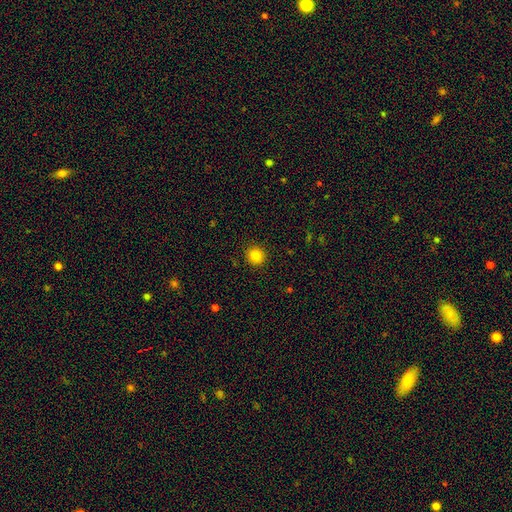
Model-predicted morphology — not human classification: Smooth or featured?
  - smooth: 84% *
  - star or artifact: 11%
  - featured or disk: 5%
How rounded?
  - round: 90% *
  - in between: 9%
  - cigar-shaped: 1%
Merging?
  - none: 91% *
  - minor disturbance: 6%
  - major disturbance: 2%
  - merger: 1%